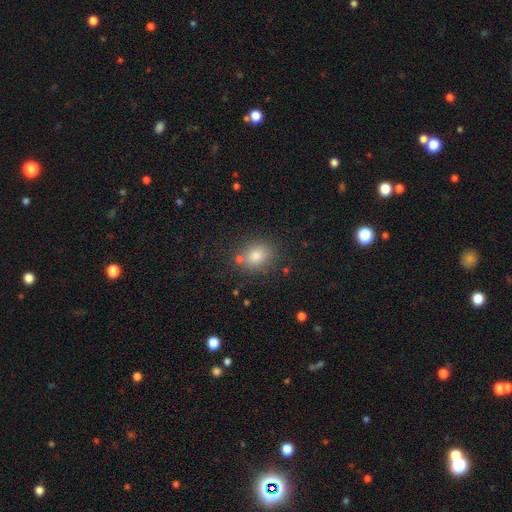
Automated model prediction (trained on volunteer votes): Morphology: type=smooth (79%); roundness=round (54%); merging=none (76%).